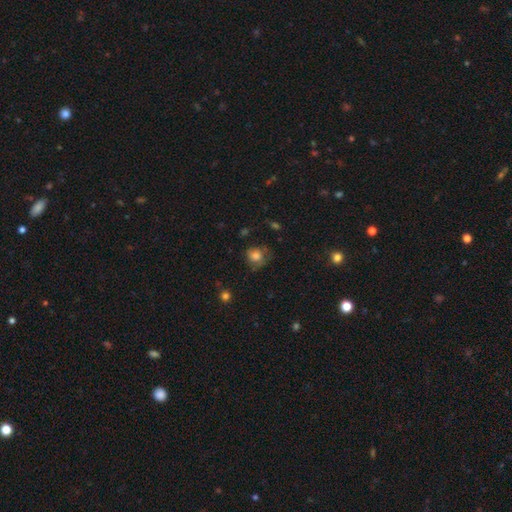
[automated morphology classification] smooth 75%, featured or disk 14%, star or artifact 11%. Down the decision tree: how rounded — round (75%); merging — none (56%).